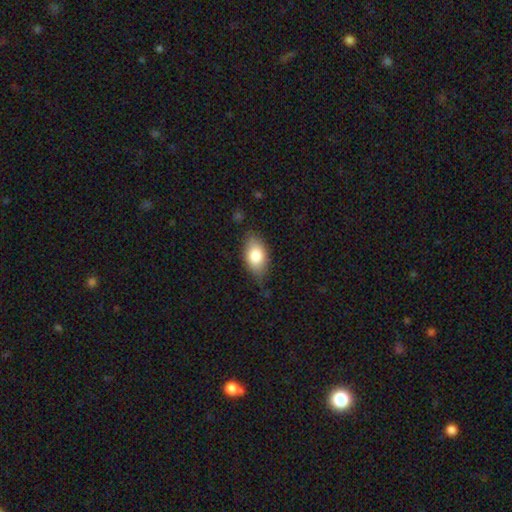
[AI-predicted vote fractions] Q: Smooth or featured?
A: smooth (79%); runner-up: featured or disk (14%)
Q: How rounded?
A: in between (90%); runner-up: round (7%)
Q: Merging?
A: none (70%); runner-up: minor disturbance (23%)